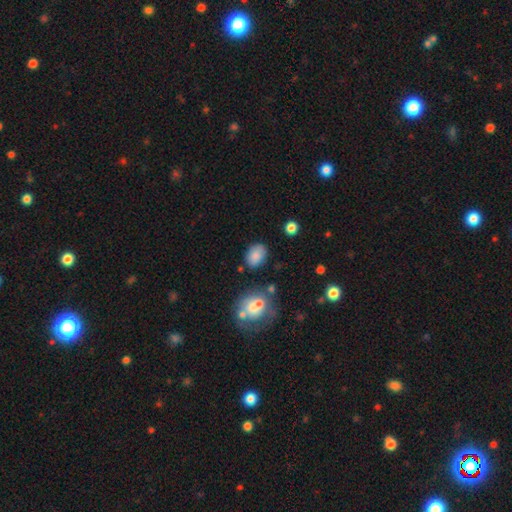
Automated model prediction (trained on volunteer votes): smooth 82%, star or artifact 9%, featured or disk 8%. Down the decision tree: how rounded — in between (78%); merging — none (79%).